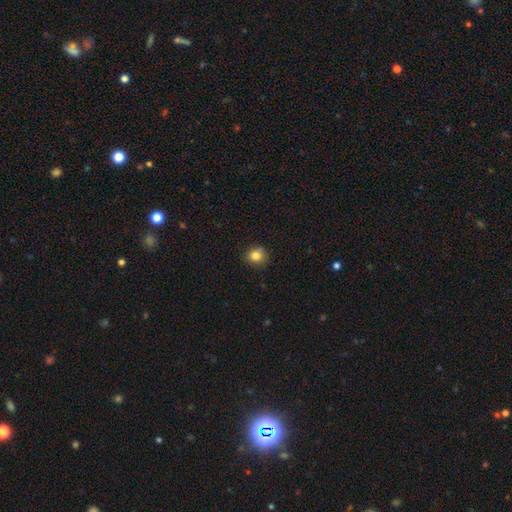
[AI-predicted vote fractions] Smooth or featured?
  - smooth: 82% *
  - star or artifact: 11%
  - featured or disk: 7%
How rounded?
  - round: 80% *
  - in between: 19%
  - cigar-shaped: 1%
Merging?
  - none: 82% *
  - minor disturbance: 14%
  - major disturbance: 3%
  - merger: 1%